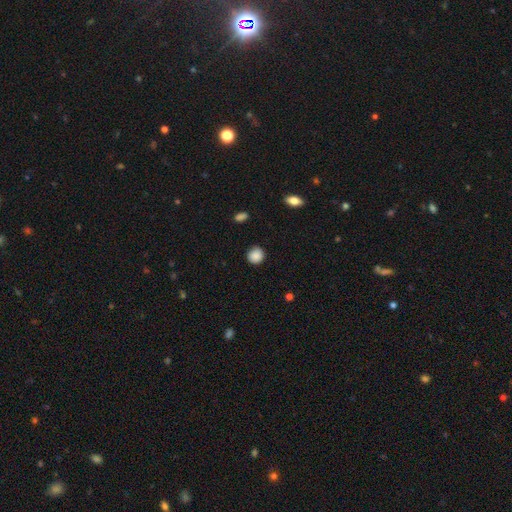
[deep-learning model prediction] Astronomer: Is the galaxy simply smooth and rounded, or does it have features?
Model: smooth — 88%.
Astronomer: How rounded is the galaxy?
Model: round — 88%.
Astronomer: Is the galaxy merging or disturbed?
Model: none — 87%.